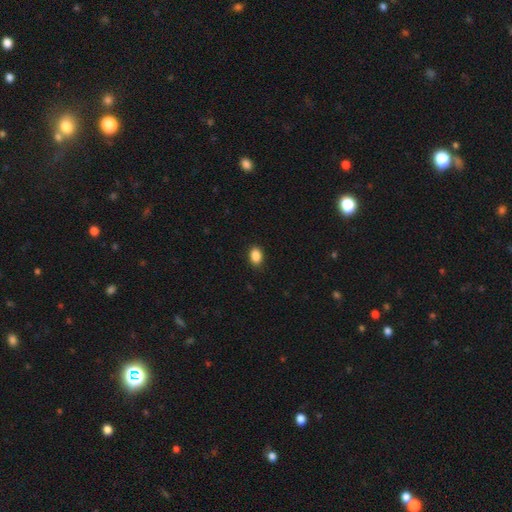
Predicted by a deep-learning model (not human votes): This is clearly a smooth galaxy (88%). How rounded: clearly in between (83%). Merging: clearly none (89%).